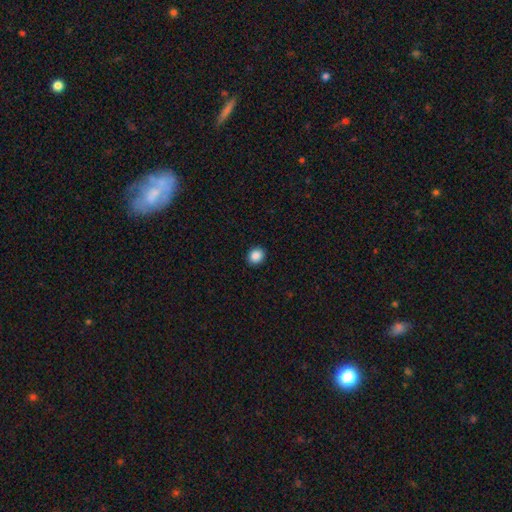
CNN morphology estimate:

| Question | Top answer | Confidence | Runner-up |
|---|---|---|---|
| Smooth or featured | smooth | 88% | star or artifact (9%) |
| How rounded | round | 74% | in between (25%) |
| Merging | none | 92% | minor disturbance (6%) |